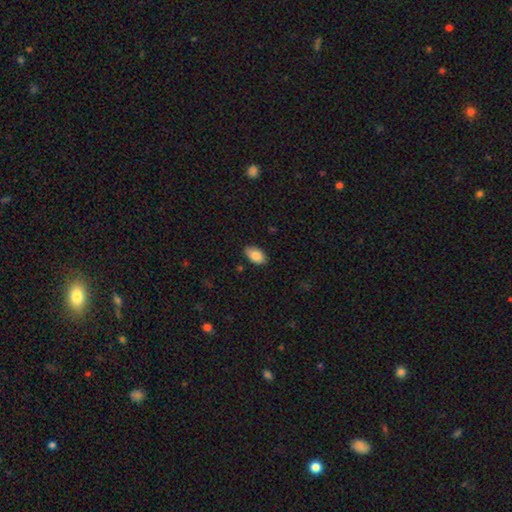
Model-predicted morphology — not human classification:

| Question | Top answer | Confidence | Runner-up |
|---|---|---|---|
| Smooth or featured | smooth | 86% | featured or disk (7%) |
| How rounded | in between | 94% | round (5%) |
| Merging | none | 83% | minor disturbance (13%) |